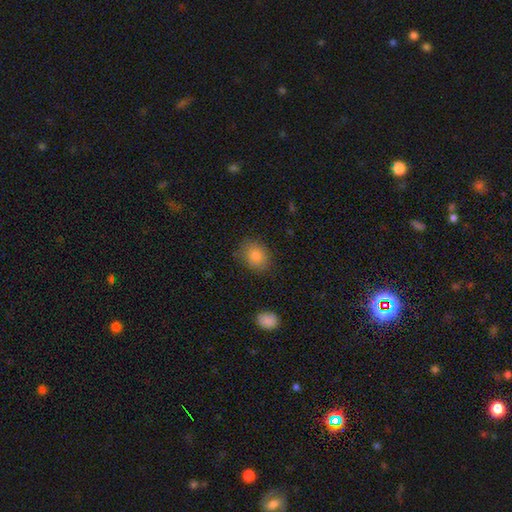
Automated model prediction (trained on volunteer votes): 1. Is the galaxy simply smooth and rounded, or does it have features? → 80% smooth, 10% featured or disk, 10% star or artifact.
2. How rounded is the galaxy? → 57% round, 42% in between, 1% cigar-shaped.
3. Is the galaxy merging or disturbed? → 81% none, 14% minor disturbance, 4% major disturbance, 1% merger.